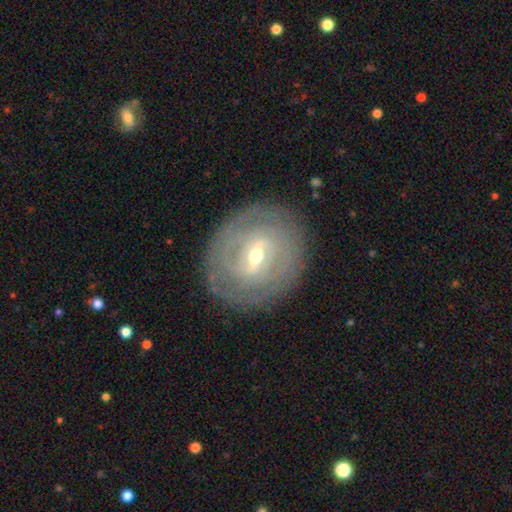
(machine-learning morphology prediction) smooth_or_featured: featured or disk (p=0.82) [alt: smooth p=0.13]
disk_edge_on: no (p=0.94) [alt: yes p=0.06]
bar: weak (p=0.47) [alt: strong p=0.39]
has_spiral_arms: yes (p=0.77) [alt: no p=0.23]
spiral_winding: tight (p=0.75) [alt: medium p=0.18]
spiral_arm_count: can't tell (p=0.44) [alt: 2 p=0.32]
bulge_size: moderate (p=0.55) [alt: small p=0.42]
merging: none (p=0.83) [alt: minor disturbance p=0.11]